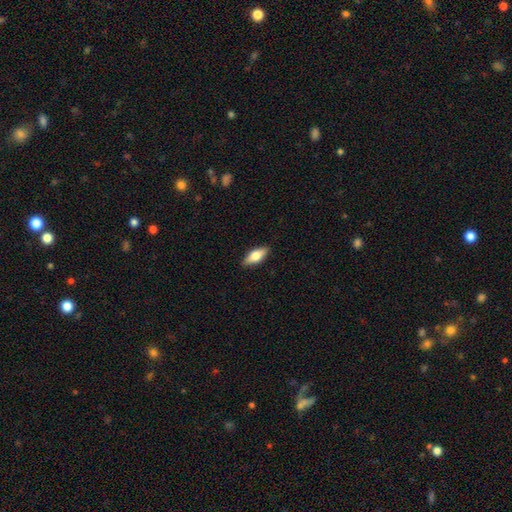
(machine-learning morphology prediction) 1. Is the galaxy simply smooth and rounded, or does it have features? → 62% smooth, 32% featured or disk, 6% star or artifact.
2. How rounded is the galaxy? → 73% in between, 24% cigar-shaped, 3% round.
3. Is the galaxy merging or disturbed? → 88% none, 9% minor disturbance, 2% major disturbance, 1% merger.